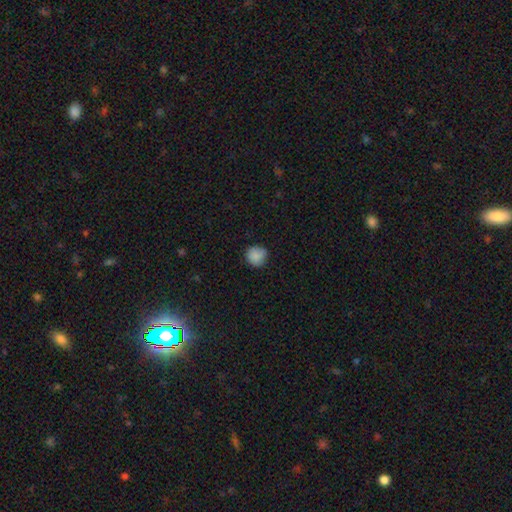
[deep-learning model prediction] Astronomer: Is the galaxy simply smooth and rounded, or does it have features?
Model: smooth — 85%.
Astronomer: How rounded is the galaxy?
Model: round — 89%.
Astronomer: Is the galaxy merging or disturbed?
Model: none — 77%.